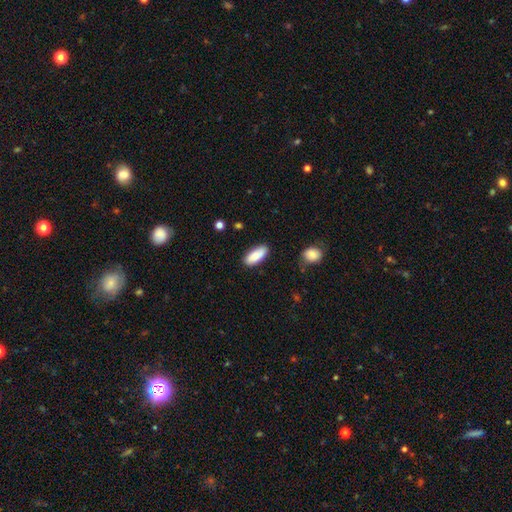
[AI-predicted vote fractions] Morphology: type=smooth (86%); roundness=in between (81%); merging=none (83%).